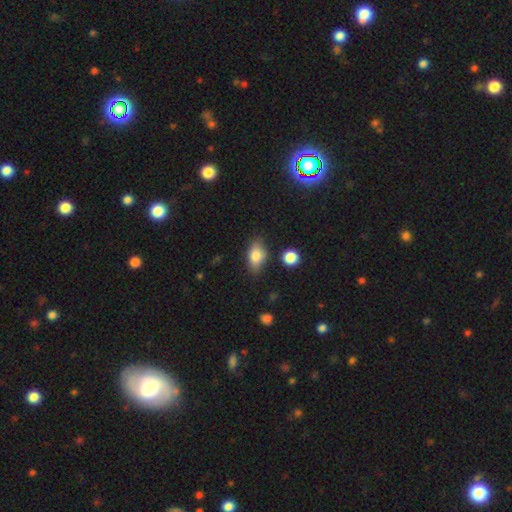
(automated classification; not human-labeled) Smooth or featured?
  - smooth: 78% *
  - featured or disk: 13%
  - star or artifact: 8%
How rounded?
  - in between: 85% *
  - round: 9%
  - cigar-shaped: 5%
Merging?
  - none: 77% *
  - minor disturbance: 16%
  - major disturbance: 4%
  - merger: 3%